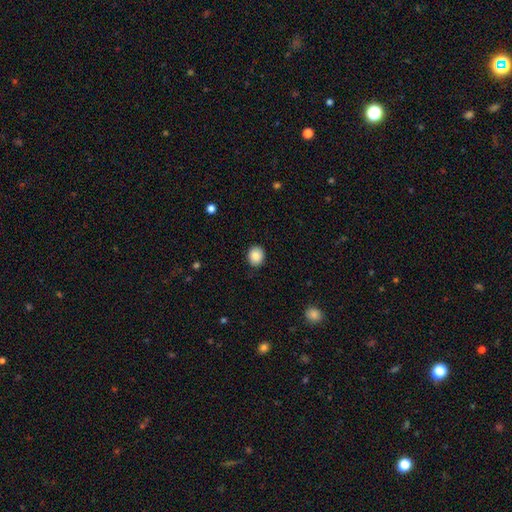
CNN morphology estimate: A smooth galaxy with no disk features (88%) that is round (65%). Merging: none (89%).